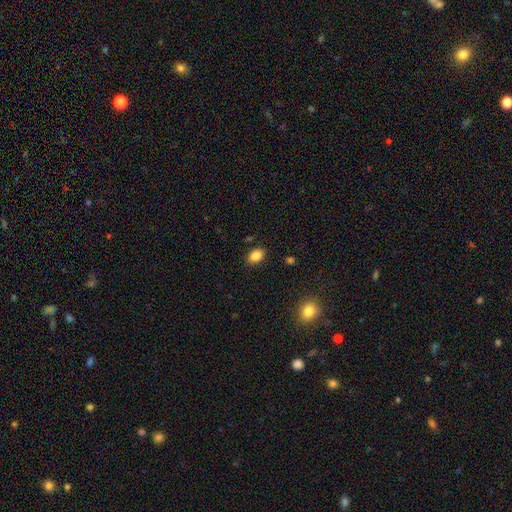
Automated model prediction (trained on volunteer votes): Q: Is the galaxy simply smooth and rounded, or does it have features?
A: smooth — 86%.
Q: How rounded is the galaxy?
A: in between — 81%.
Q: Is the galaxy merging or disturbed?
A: none — 86%.